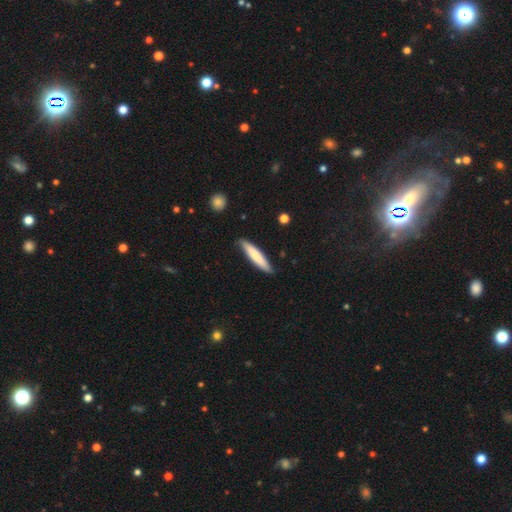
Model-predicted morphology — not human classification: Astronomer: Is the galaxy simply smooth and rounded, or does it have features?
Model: smooth — 74%.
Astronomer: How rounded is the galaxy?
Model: cigar-shaped — 87%.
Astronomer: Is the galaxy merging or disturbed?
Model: none — 82%.